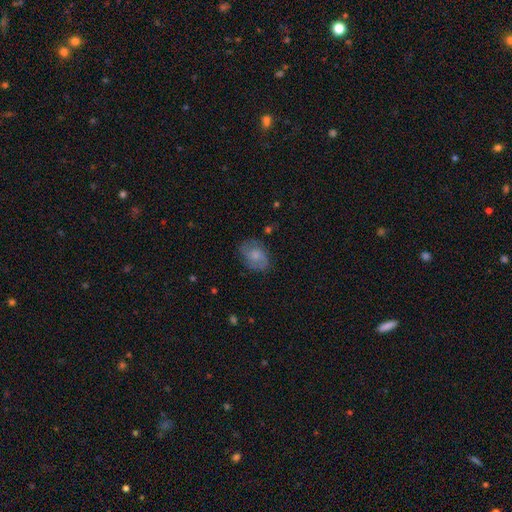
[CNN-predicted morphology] Smooth or featured?
  - smooth: 55% *
  - featured or disk: 36%
  - star or artifact: 8%
How rounded?
  - in between: 73% *
  - round: 26%
  - cigar-shaped: 1%
Merging?
  - none: 69% *
  - minor disturbance: 22%
  - major disturbance: 8%
  - merger: 2%